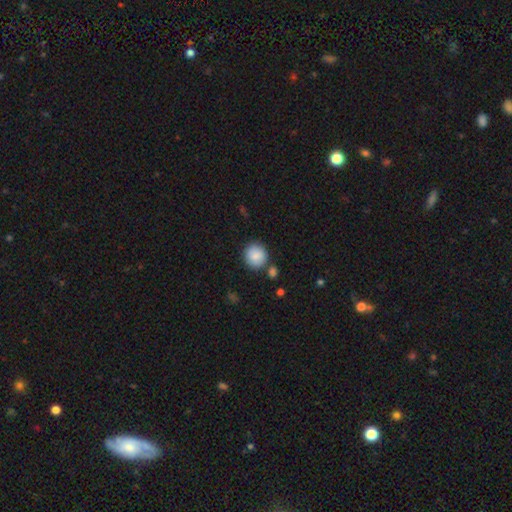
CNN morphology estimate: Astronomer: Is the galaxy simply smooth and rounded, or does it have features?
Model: smooth — 87%.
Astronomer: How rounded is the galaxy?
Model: round — 90%.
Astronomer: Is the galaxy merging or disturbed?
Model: none — 81%.